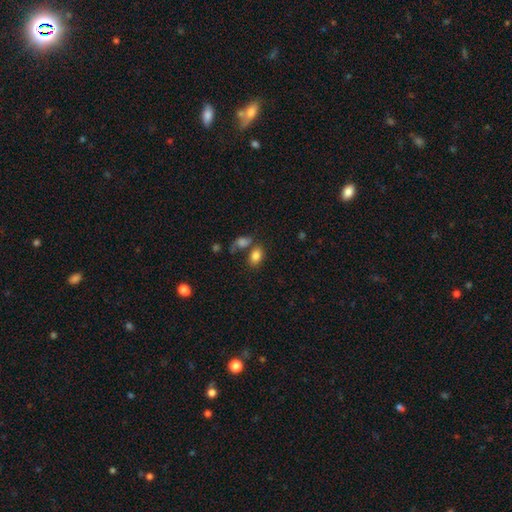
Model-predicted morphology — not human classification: Smooth or featured? smooth (83%)
How rounded? in between (86%)
Merging? none (58%)